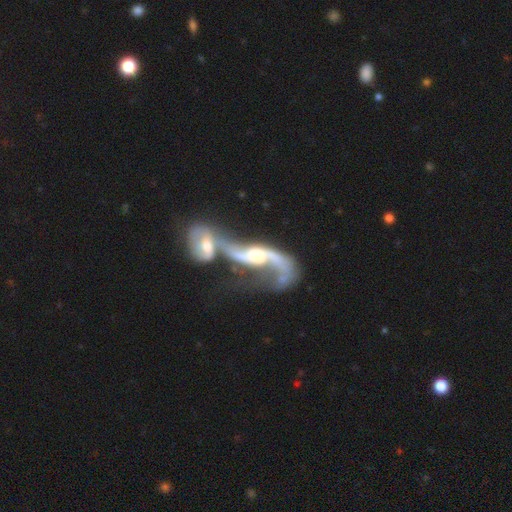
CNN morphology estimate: The model was most divided on "bar": no: 46%, weak: 35%, strong: 18%. More confident: spiral arms — yes (91%); edge-on disk — no (91%); smooth or featured — featured or disk (86%); spiral arm count — 2 (82%); spiral winding — loose (78%); merging — merger (75%); bulge size — moderate (54%).